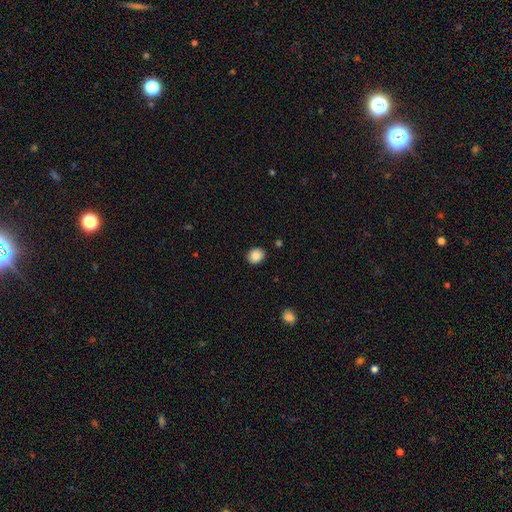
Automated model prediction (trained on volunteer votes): The model was most divided on "how rounded": round: 62%, in between: 37%, cigar-shaped: 1%. More confident: merging — none (88%); smooth or featured — smooth (87%).